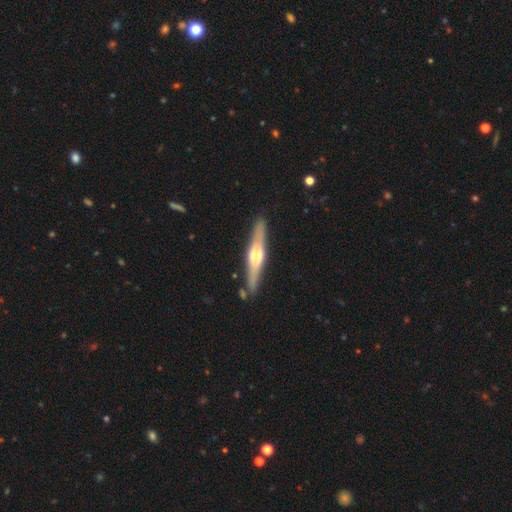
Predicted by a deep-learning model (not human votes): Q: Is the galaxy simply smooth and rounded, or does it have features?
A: featured or disk — 72%.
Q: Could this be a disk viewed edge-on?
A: yes — 97%.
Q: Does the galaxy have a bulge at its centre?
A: rounded — 84%.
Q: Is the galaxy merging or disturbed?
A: none — 87%.